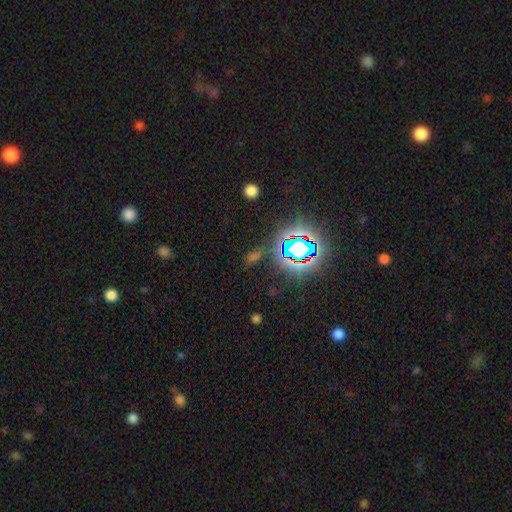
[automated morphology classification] This is likely a star or artifact rather than a galaxy (65%).